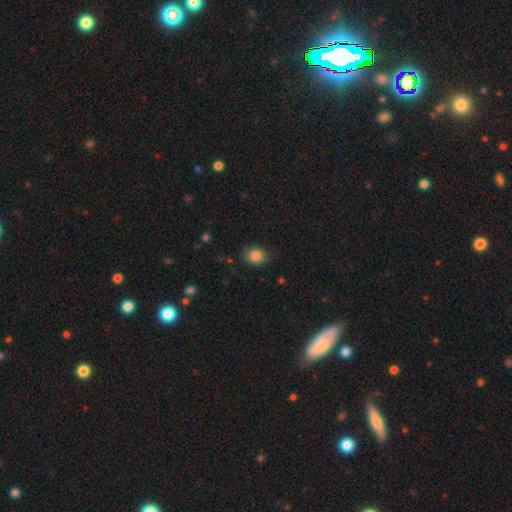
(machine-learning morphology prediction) type=smooth (86%); roundness=round (55%); merging=none (83%).